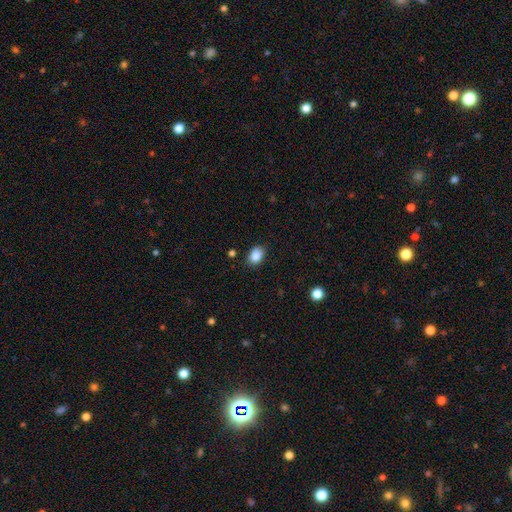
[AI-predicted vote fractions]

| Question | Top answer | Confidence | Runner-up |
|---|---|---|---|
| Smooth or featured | smooth | 87% | star or artifact (9%) |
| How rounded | in between | 76% | round (23%) |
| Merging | none | 84% | minor disturbance (12%) |